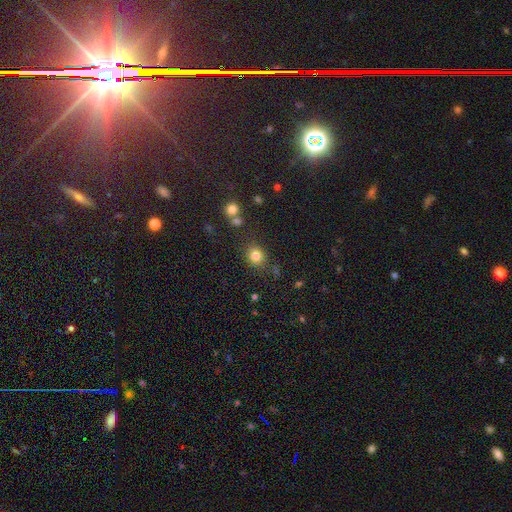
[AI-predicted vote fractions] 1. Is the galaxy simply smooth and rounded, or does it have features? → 82% smooth, 12% star or artifact, 6% featured or disk.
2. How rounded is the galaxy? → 73% round, 26% in between, 1% cigar-shaped.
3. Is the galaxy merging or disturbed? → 77% none, 12% minor disturbance, 6% merger, 5% major disturbance.